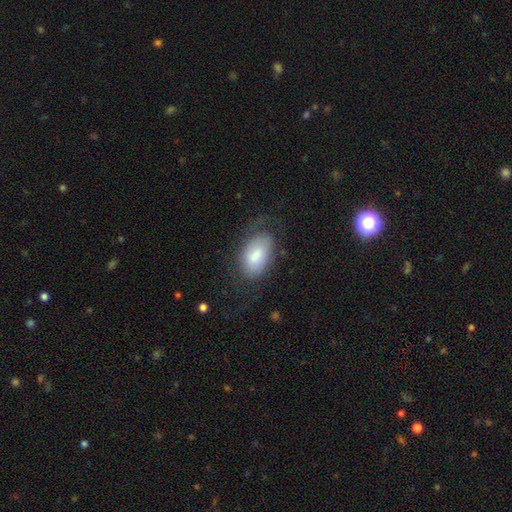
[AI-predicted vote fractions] This is likely a smooth galaxy (71%). How rounded: clearly in between (94%). Merging: possibly none (58%).